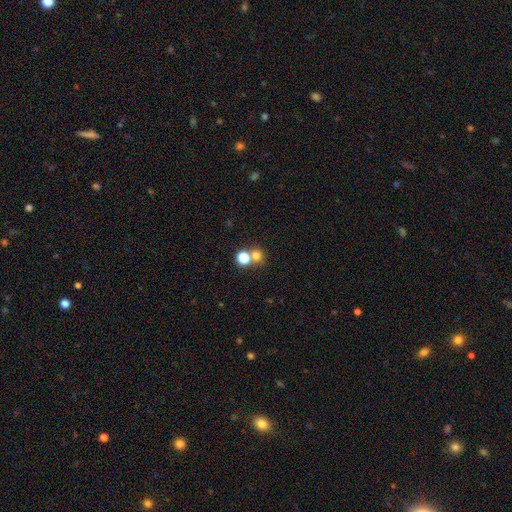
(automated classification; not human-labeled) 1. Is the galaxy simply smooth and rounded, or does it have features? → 72% smooth, 19% star or artifact, 9% featured or disk.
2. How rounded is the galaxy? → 86% round, 13% in between, 1% cigar-shaped.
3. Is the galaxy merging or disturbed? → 54% none, 37% merger, 6% minor disturbance, 3% major disturbance.